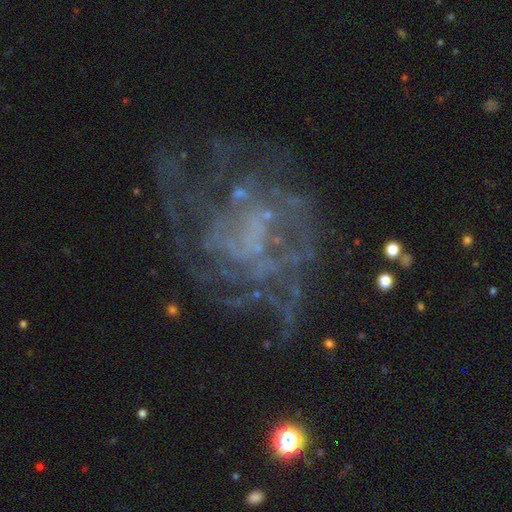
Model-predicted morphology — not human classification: This appears to be a featured or disk galaxy (76%) with no bar (68%), tight (44%) spiral arms (71%) and no central bulge (67%). Merging: none (53%).